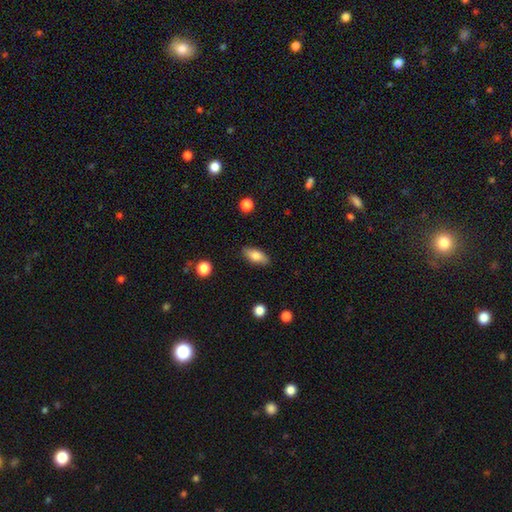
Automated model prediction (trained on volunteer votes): A smooth galaxy with no disk features (75%) that is in between round and cigar-shaped (79%). Merging: none (86%).